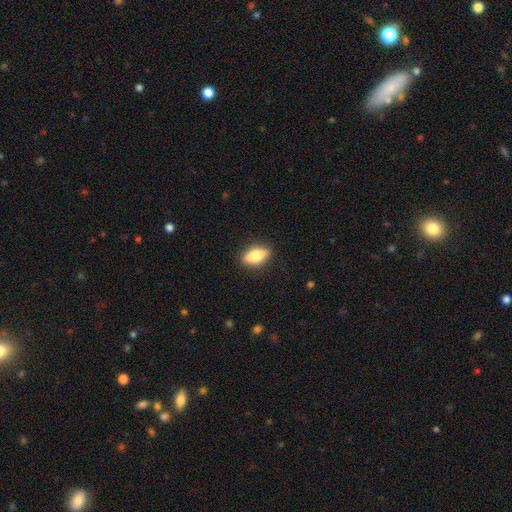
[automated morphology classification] Smooth or featured: smooth — 71% (featured or disk — 22%)
How rounded: in between — 79% (cigar-shaped — 16%)
Merging: none — 87% (minor disturbance — 10%)